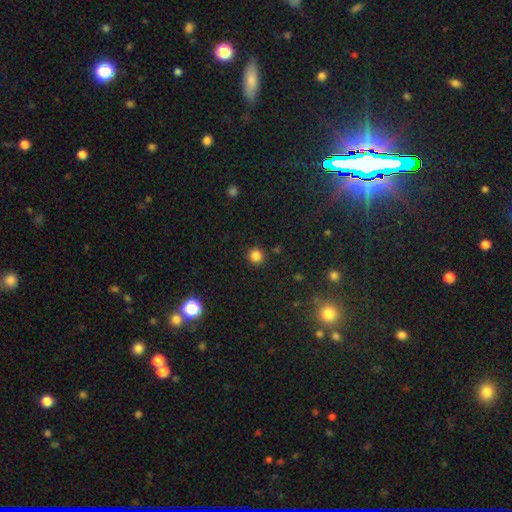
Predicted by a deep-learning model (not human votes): A smooth galaxy with no disk features (84%) that is round (94%). Merging: none (91%).